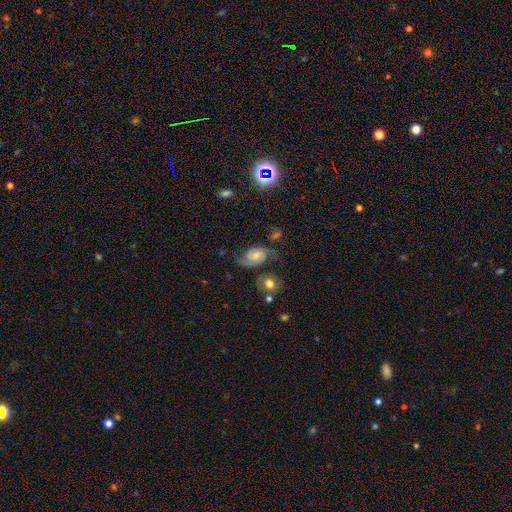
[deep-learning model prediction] Morphology: type=featured or disk (70%); edge-on=no (97%); bar=no (62%); spiral arms=yes (94%); winding=medium (48%); arm count=2 (84%); bulge=moderate (37%); merging=none (51%).